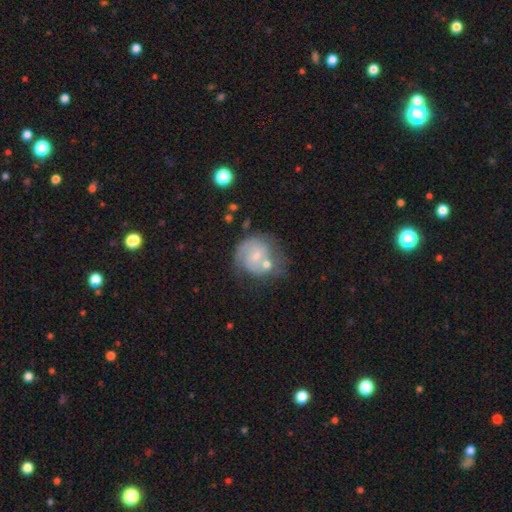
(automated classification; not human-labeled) featured or disk 62%, smooth 31%, star or artifact 7%. Down the decision tree: edge-on disk — no (98%); bar — no (57%); spiral arms — yes (79%); bulge size — small (58%); merging — none (38%).